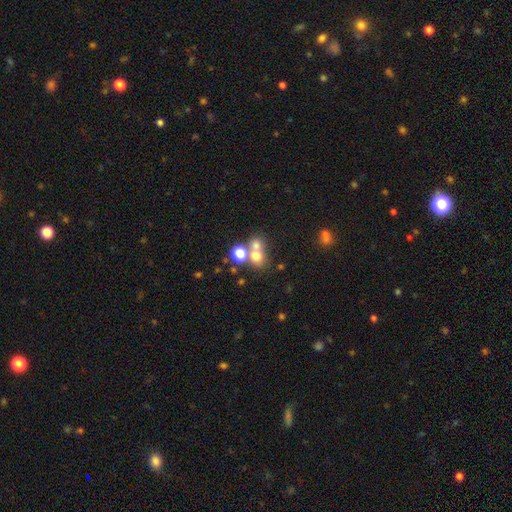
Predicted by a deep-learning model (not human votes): This is likely a smooth galaxy (66%). How rounded: likely round (77%). Merging: possibly merger (46%).